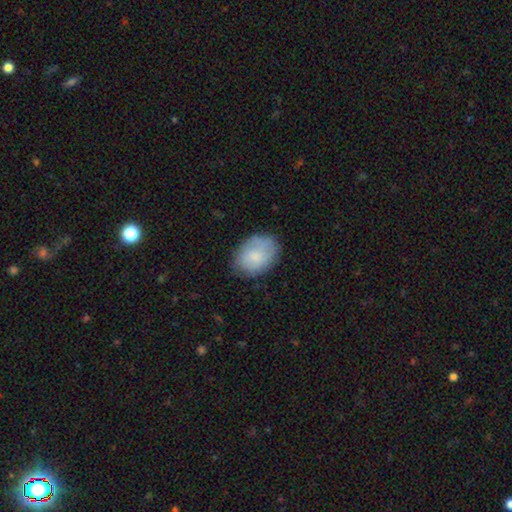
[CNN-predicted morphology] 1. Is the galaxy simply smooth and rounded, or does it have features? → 77% smooth, 16% featured or disk, 7% star or artifact.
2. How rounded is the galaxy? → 76% in between, 23% round, 1% cigar-shaped.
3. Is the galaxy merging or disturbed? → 75% none, 19% minor disturbance, 5% major disturbance, 1% merger.